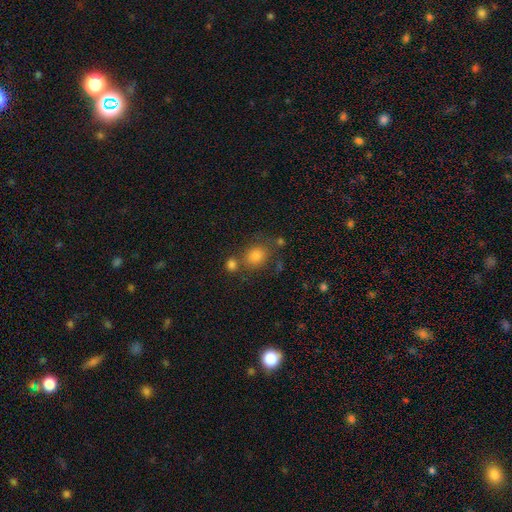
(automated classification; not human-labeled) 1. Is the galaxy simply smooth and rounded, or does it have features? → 79% smooth, 13% star or artifact, 8% featured or disk.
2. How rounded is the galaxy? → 61% round, 38% in between, 1% cigar-shaped.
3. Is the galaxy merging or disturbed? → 63% none, 18% merger, 13% minor disturbance, 6% major disturbance.